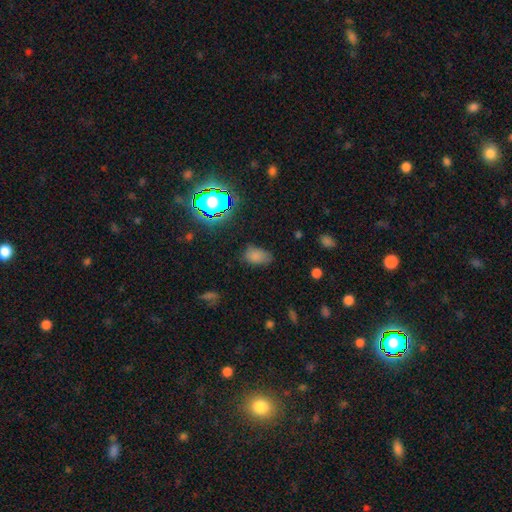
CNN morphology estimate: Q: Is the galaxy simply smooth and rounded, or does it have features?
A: smooth — 75%.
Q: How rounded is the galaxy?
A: in between — 89%.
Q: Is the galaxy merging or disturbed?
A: none — 63%.